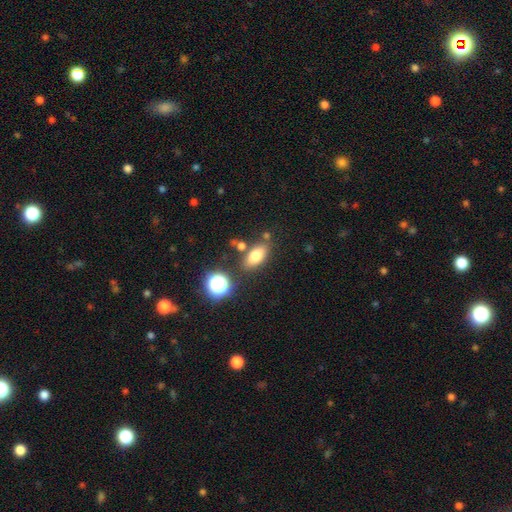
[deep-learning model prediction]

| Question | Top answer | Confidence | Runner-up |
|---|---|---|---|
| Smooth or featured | smooth | 75% | featured or disk (13%) |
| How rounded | in between | 80% | round (11%) |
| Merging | none | 74% | minor disturbance (13%) |